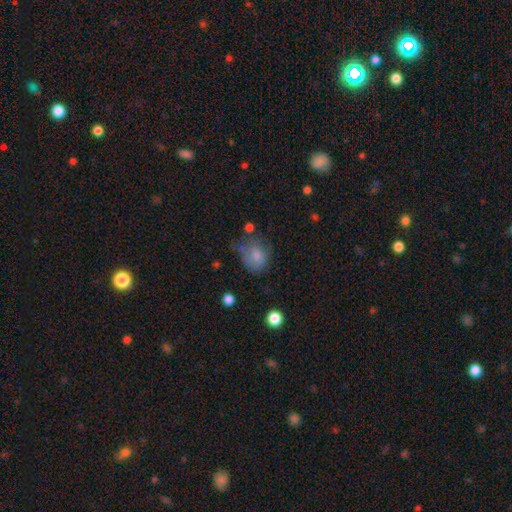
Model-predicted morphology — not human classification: smooth_or_featured: smooth (p=0.75) [alt: featured or disk p=0.15]
how_rounded: round (p=0.59) [alt: in between p=0.41]
merging: none (p=0.44) [alt: minor disturbance p=0.30]